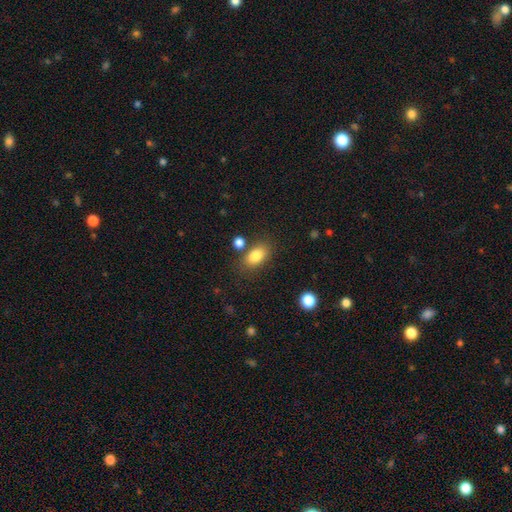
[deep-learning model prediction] A smooth galaxy with no disk features (84%) that is in between round and cigar-shaped (87%).

Vote fractions:
- Smooth or featured? smooth: 84% / star or artifact: 9% / featured or disk: 8%
- How rounded? in between: 87% / round: 10% / cigar-shaped: 3%
- Merging? none: 74% / minor disturbance: 13% / merger: 9% / major disturbance: 4%